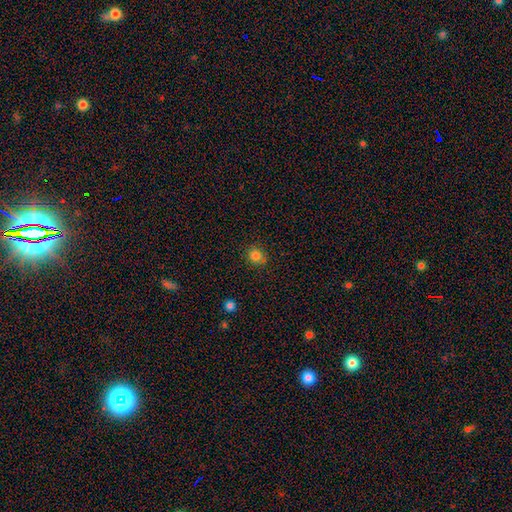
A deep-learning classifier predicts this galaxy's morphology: Smooth or featured?
  - smooth: 82% *
  - star or artifact: 13%
  - featured or disk: 5%
How rounded?
  - round: 79% *
  - in between: 20%
  - cigar-shaped: 1%
Merging?
  - none: 84% *
  - minor disturbance: 12%
  - major disturbance: 3%
  - merger: 2%